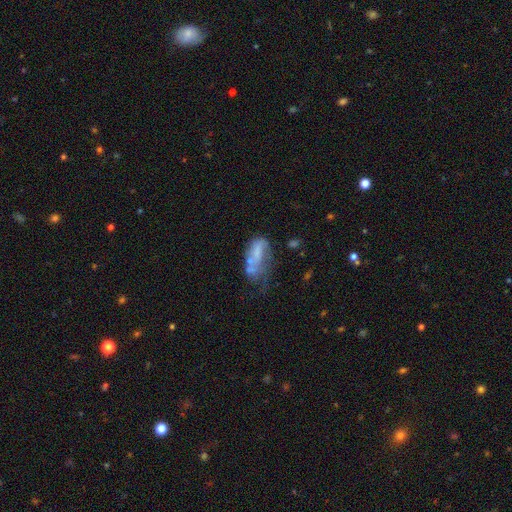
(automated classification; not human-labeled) smooth_or_featured: featured or disk (p=0.48) [alt: smooth p=0.41]
merging: major disturbance (p=0.32) [alt: none p=0.25]